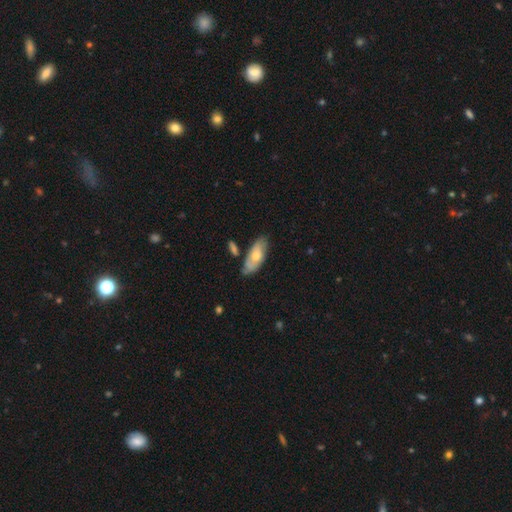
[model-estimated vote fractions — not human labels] Overall: smooth (55%; featured or disk 39%). How rounded: in between (83%). Merging: none (65%).